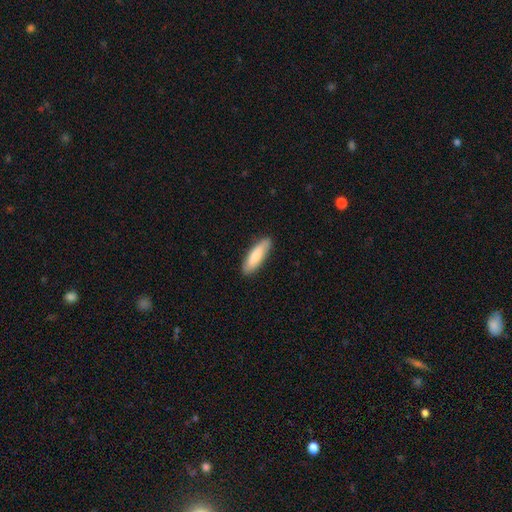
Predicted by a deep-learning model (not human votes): The model was most divided on "how rounded": cigar-shaped: 56%, in between: 43%, round: 1%. More confident: merging — none (87%); smooth or featured — smooth (81%).